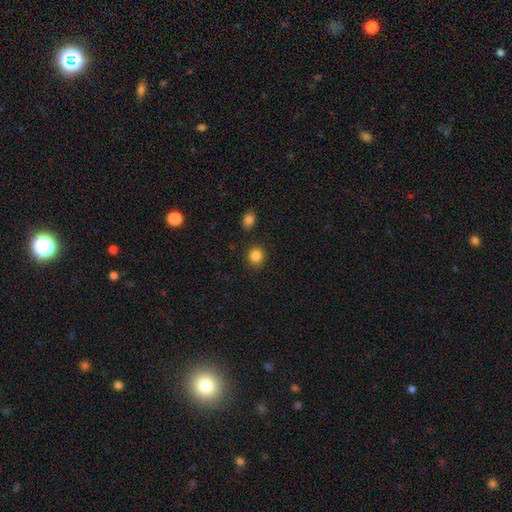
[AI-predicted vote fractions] Morphology: type=smooth (86%); roundness=round (87%); merging=none (88%).